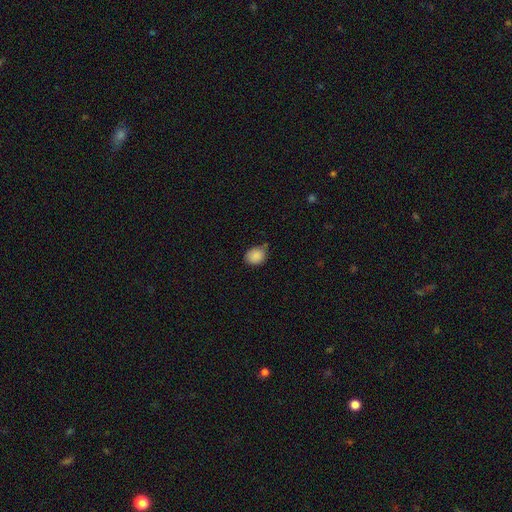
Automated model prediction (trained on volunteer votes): Smooth or featured? Predicted: smooth (p=0.88). How rounded? Predicted: round (p=0.58). Merging? Predicted: none (p=0.64).